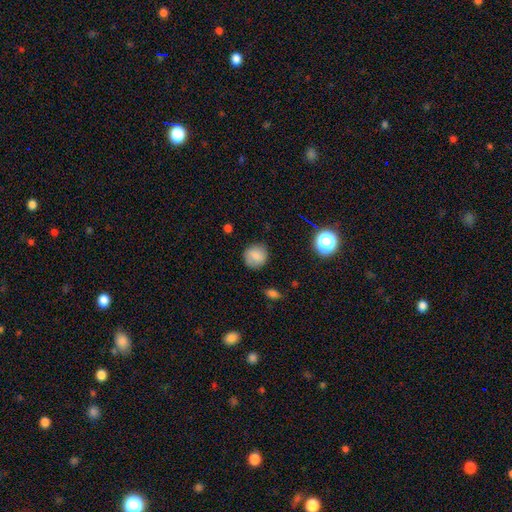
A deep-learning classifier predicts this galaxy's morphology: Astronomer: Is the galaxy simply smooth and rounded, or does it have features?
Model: smooth — 79%.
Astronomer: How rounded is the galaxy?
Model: round — 88%.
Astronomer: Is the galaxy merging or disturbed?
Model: none — 83%.